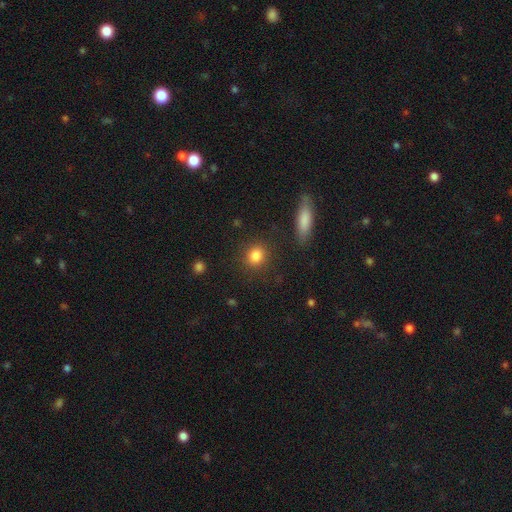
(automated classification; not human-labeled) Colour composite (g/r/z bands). It shows a smooth galaxy with no disk features (85%) that is round (78%). Merging: none (86%).